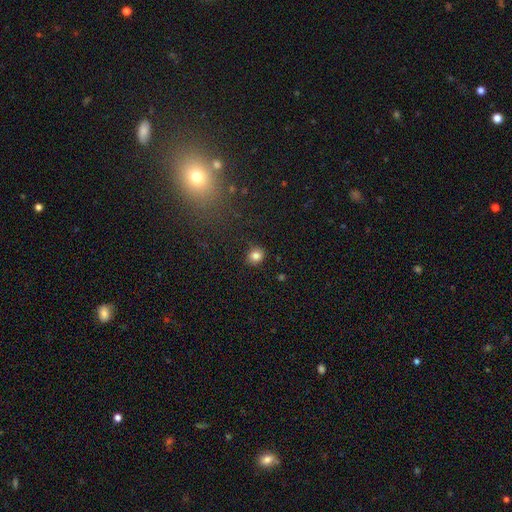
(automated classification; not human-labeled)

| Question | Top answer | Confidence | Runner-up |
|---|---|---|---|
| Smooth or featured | smooth | 82% | star or artifact (12%) |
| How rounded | round | 79% | in between (20%) |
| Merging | none | 88% | minor disturbance (8%) |